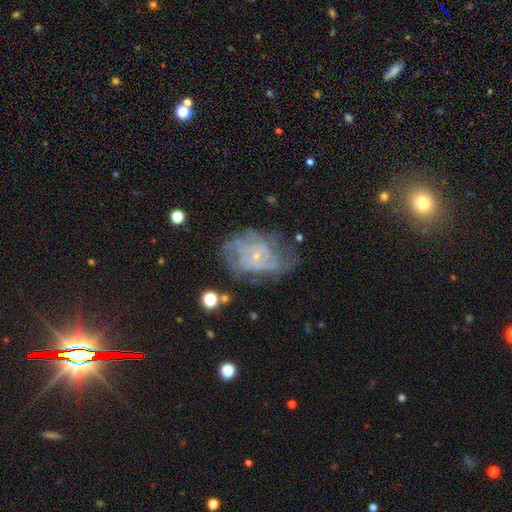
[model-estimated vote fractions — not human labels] Morphology: type=featured or disk (72%); edge-on=no (97%); bar=no (77%); spiral arms=yes (70%); bulge=small (81%); merging=none (47%).